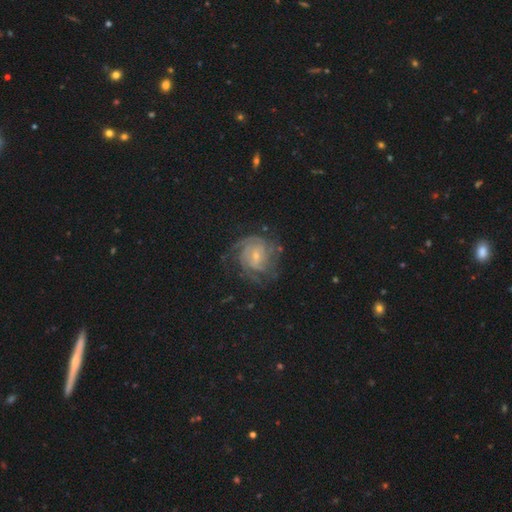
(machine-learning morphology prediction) Smooth or featured? Predicted: featured or disk (p=0.85). Edge-on disk? Predicted: no (p=0.98). Bar? Predicted: no (p=0.46). Spiral arms? Predicted: yes (p=0.96). Spiral winding? Predicted: tight (p=0.66). Spiral arm count? Predicted: can't tell (p=0.31). Bulge size? Predicted: small (p=0.68). Merging? Predicted: none (p=0.69).